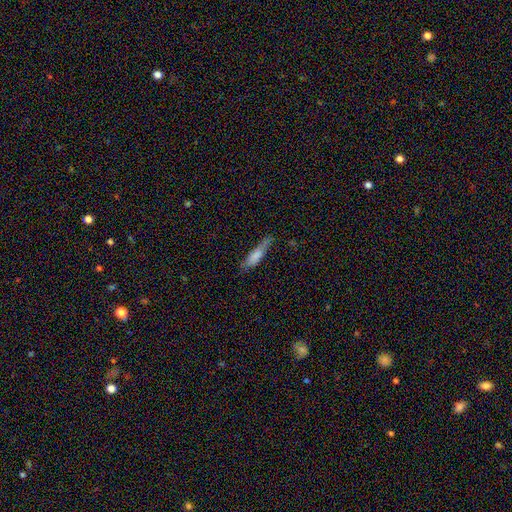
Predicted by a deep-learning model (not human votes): This appears to be a smooth galaxy with no disk features (74%) that is cigar-shaped (72%). Merging: none (64%).